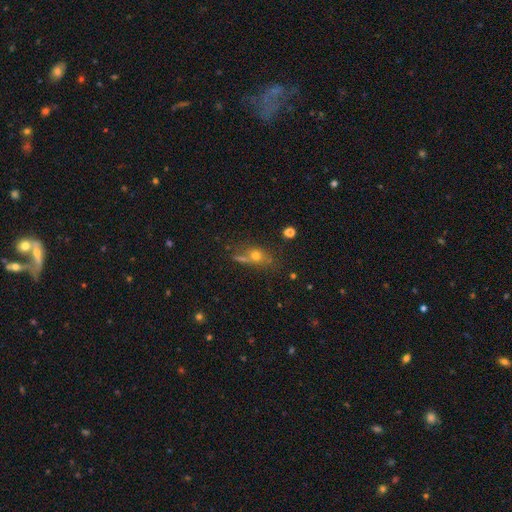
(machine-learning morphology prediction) Overall: smooth (58%; featured or disk 22%). How rounded: in between (49%; round 42%). Merging: none (48%; merger 19%).